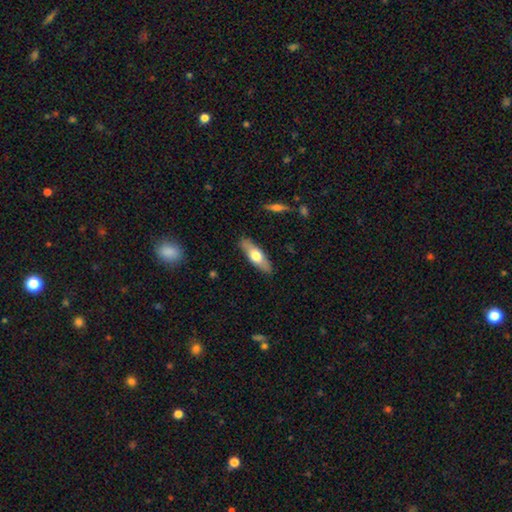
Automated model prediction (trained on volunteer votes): The model was most divided on "how rounded": in between: 53%, cigar-shaped: 44%, round: 2%. More confident: merging — none (87%); smooth or featured — smooth (57%).